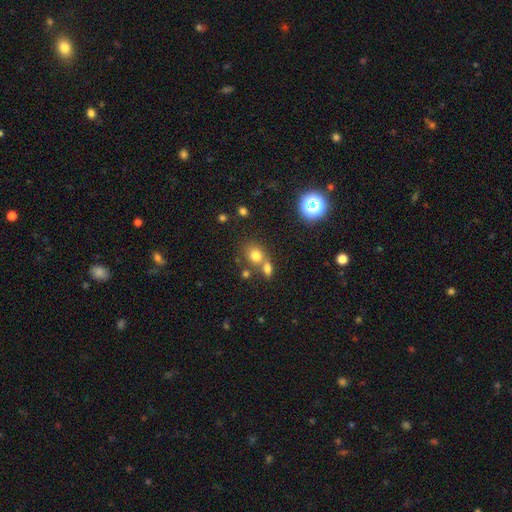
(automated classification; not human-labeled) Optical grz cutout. It shows a smooth galaxy with no disk features (75%) that is round (67%). Merging: none (50%).